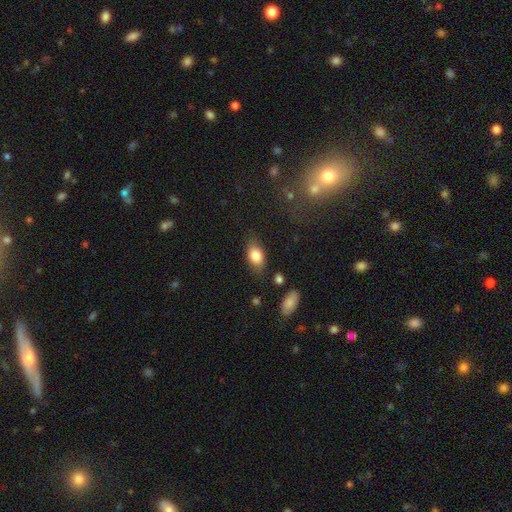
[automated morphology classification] A smooth galaxy with no disk features (81%) that is in between round and cigar-shaped (88%). Merging: none (76%).